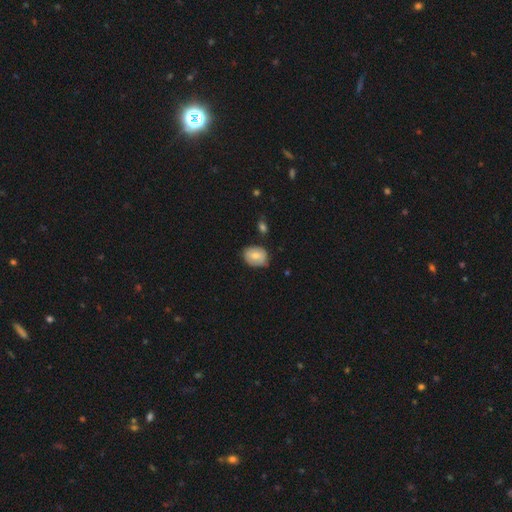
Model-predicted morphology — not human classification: This is likely a smooth galaxy (70%). How rounded: likely in between (61%). Merging: likely none (68%).